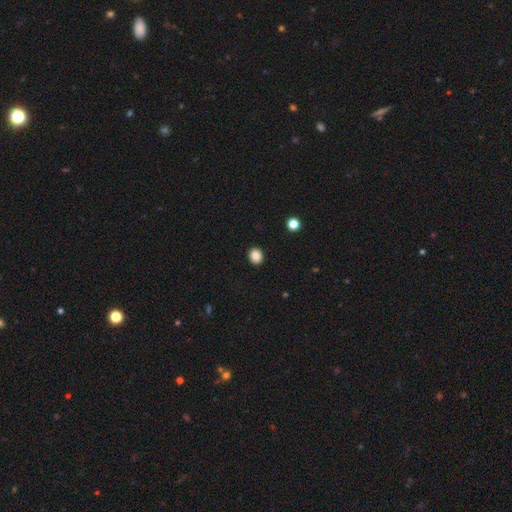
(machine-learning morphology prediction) A smooth galaxy with no disk features (87%) that is round (70%).

Vote fractions:
- Smooth or featured? smooth: 87% / star or artifact: 10% / featured or disk: 3%
- How rounded? round: 70% / in between: 29% / cigar-shaped: 1%
- Merging? none: 92% / minor disturbance: 5% / major disturbance: 2% / merger: 1%